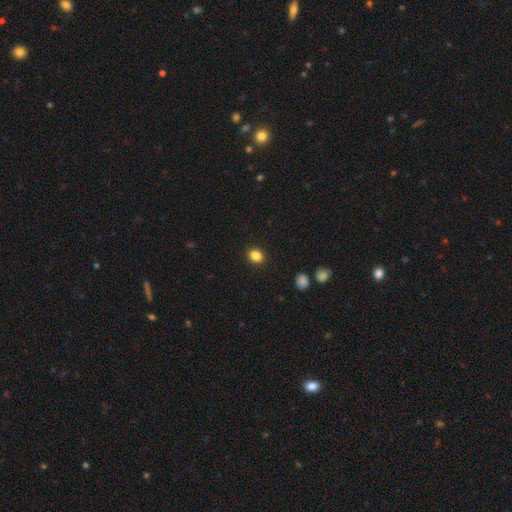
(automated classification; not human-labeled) Q: Smooth or featured?
A: smooth (85%); runner-up: star or artifact (11%)
Q: How rounded?
A: round (57%); runner-up: in between (42%)
Q: Merging?
A: none (91%); runner-up: minor disturbance (6%)